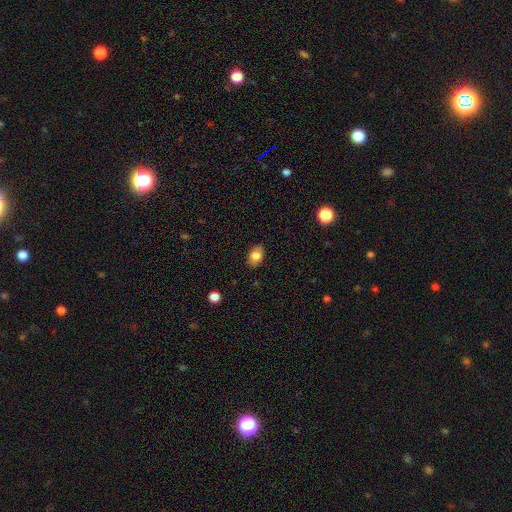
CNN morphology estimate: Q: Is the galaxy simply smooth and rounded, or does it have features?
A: smooth — 82%.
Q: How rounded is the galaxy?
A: in between — 81%.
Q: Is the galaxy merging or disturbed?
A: none — 85%.